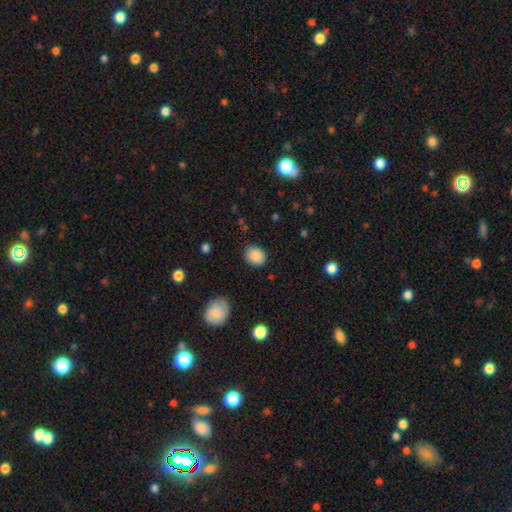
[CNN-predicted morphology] type=smooth (87%); roundness=round (54%); merging=none (85%).